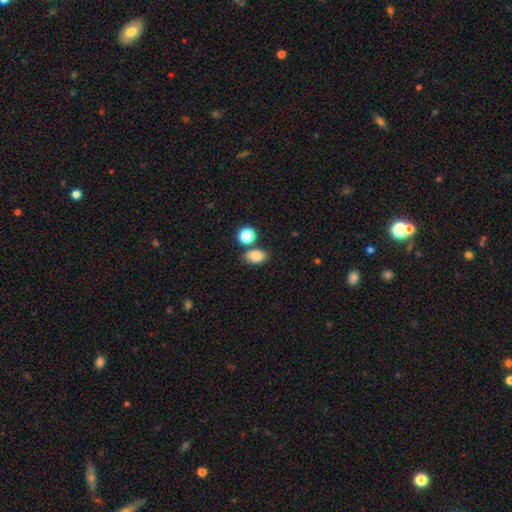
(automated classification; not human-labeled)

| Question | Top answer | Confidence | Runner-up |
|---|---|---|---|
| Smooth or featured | smooth | 83% | star or artifact (11%) |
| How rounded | in between | 77% | round (22%) |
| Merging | none | 69% | minor disturbance (14%) |